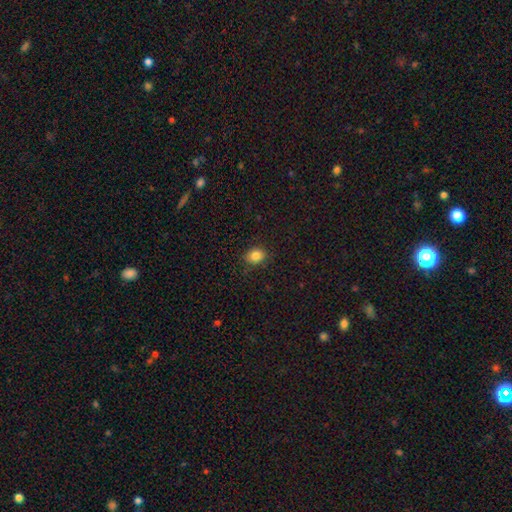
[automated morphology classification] A smooth galaxy with no disk features (84%) that is round (54%).

Vote fractions:
- Smooth or featured? smooth: 84% / star or artifact: 11% / featured or disk: 5%
- How rounded? round: 54% / in between: 46% / cigar-shaped: 1%
- Merging? none: 85% / minor disturbance: 11% / major disturbance: 3% / merger: 1%